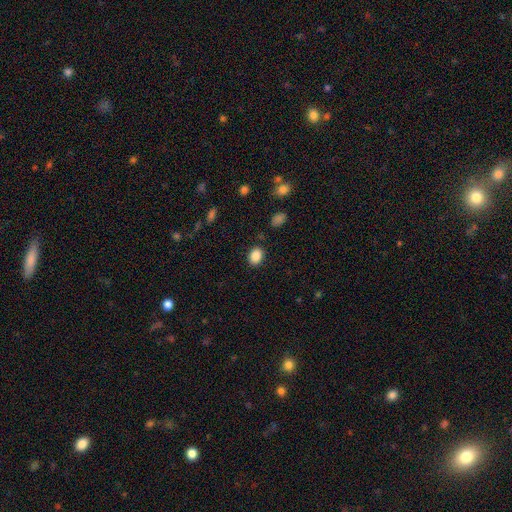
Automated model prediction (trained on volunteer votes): Morphology: type=smooth (87%); roundness=in between (62%); merging=none (86%).